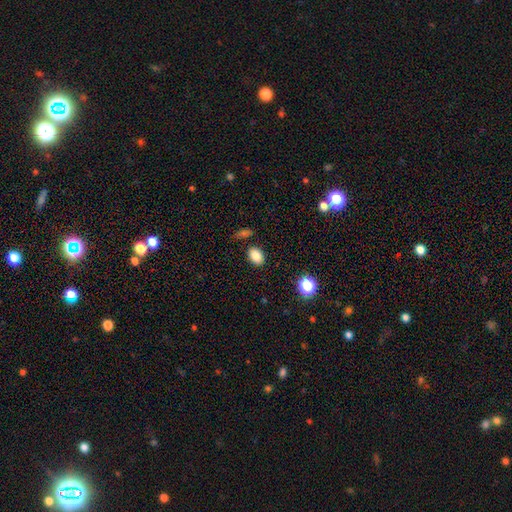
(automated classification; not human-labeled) Smooth or featured: smooth — 83% (star or artifact — 10%)
How rounded: in between — 82% (round — 17%)
Merging: none — 84% (minor disturbance — 9%)